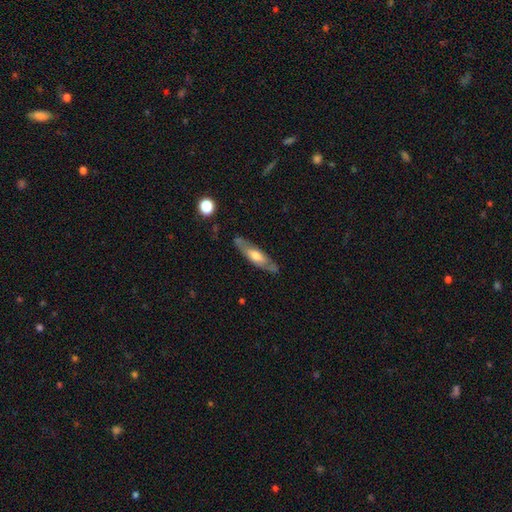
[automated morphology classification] Smooth or featured? featured or disk (53%)
Edge-on disk? yes (56%)
Merging? none (79%)